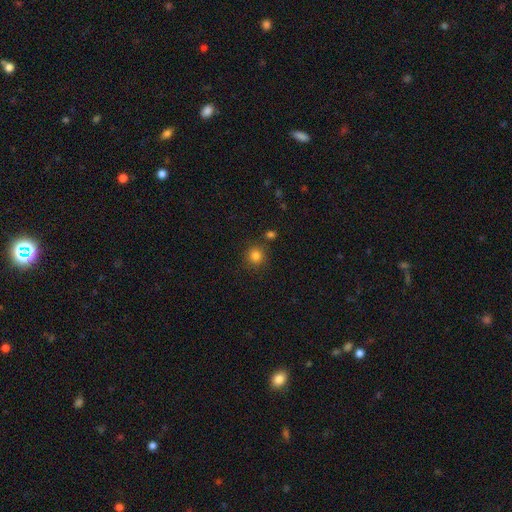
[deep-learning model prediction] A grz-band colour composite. It shows a smooth galaxy with no disk features (82%) that is round (93%). Merging: none (84%).